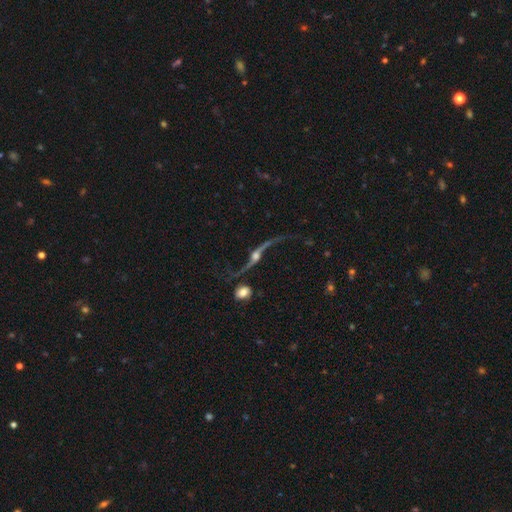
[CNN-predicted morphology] A featured or disk galaxy (89%) with no bar (52%), 2 (93%) loose (95%) spiral arms (94%) and a moderate central bulge (51%). Merging: none (58%).